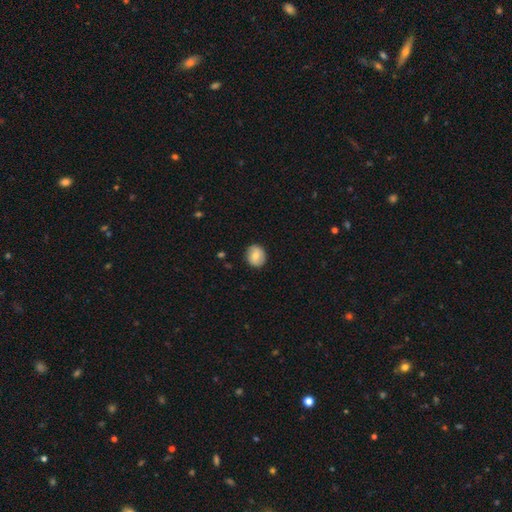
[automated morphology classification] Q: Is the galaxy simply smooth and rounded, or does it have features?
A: smooth — 71%.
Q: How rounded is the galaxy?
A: round — 75%.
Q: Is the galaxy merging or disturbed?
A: none — 85%.